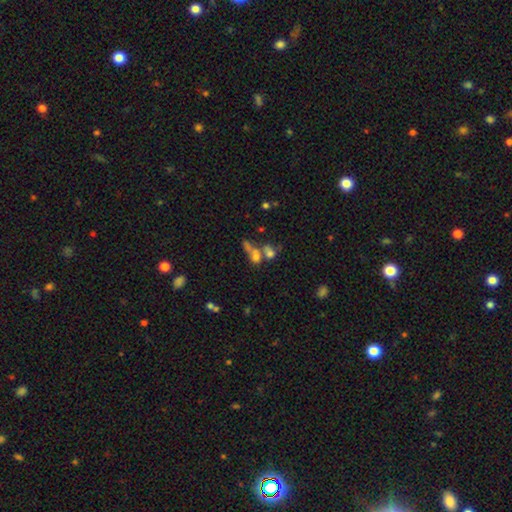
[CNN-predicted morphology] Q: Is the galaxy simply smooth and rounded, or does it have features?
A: smooth — 55%.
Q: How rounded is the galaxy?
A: in between — 49%.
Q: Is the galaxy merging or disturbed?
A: merger — 55%.